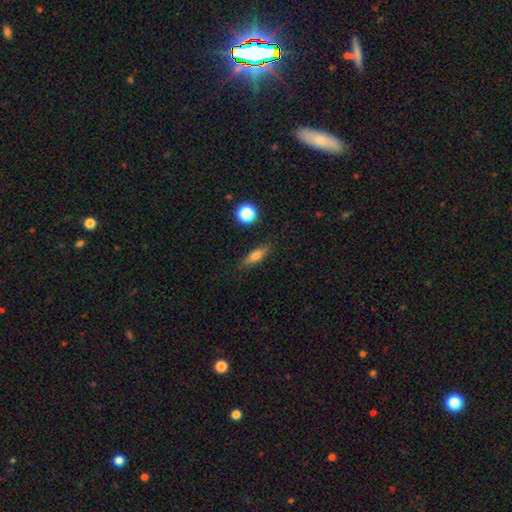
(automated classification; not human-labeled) The model was most divided on "how rounded": in between: 50%, cigar-shaped: 44%, round: 6%. More confident: merging — none (84%); smooth or featured — smooth (69%).